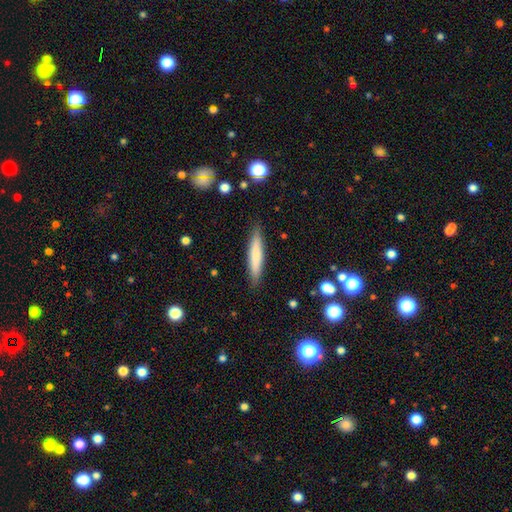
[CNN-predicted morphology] Q: Smooth or featured?
A: smooth (72%); runner-up: featured or disk (22%)
Q: How rounded?
A: cigar-shaped (89%); runner-up: in between (10%)
Q: Merging?
A: none (89%); runner-up: minor disturbance (8%)